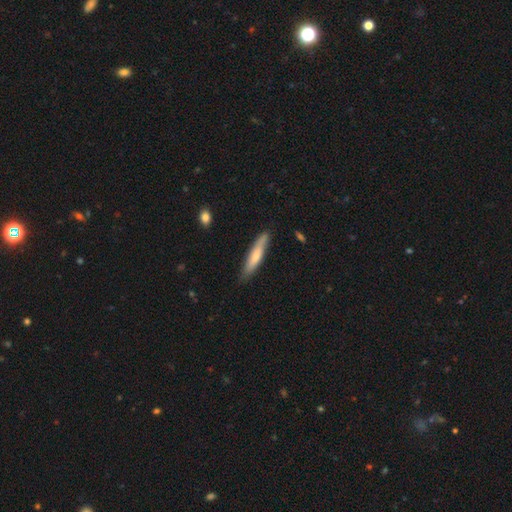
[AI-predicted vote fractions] The model was most divided on "smooth or featured": smooth: 65%, featured or disk: 30%, star or artifact: 5%. More confident: how rounded — cigar-shaped (86%); merging — none (80%).